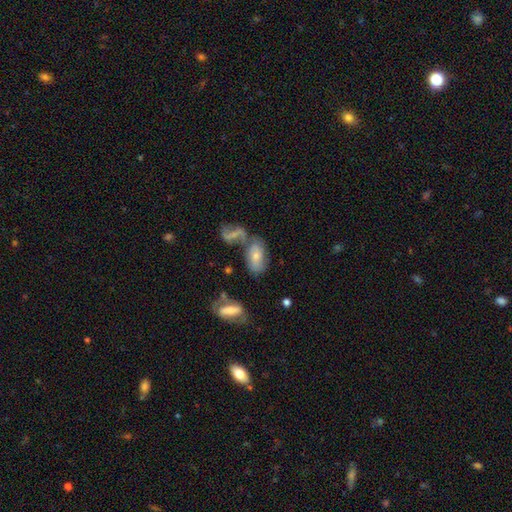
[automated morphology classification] smooth-or-featured: smooth: 58% | featured or disk: 33% | star or artifact: 9%
  how-rounded: in between: 90% | round: 5% | cigar-shaped: 5%
  merging: merger: 43% | none: 33% | minor disturbance: 15% | major disturbance: 10%